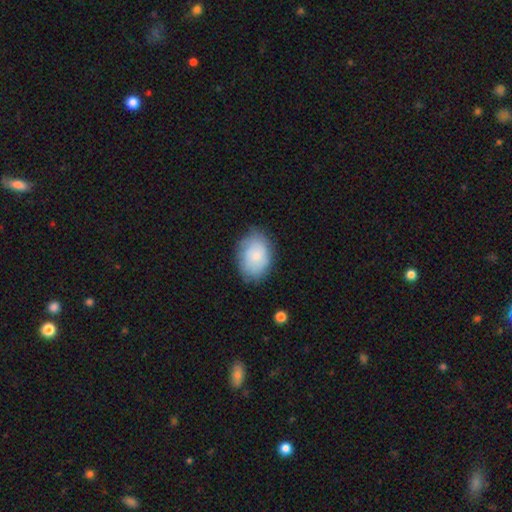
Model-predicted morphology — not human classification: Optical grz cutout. It shows a smooth galaxy with no disk features (72%) that is in between round and cigar-shaped (80%). Merging: none (73%).